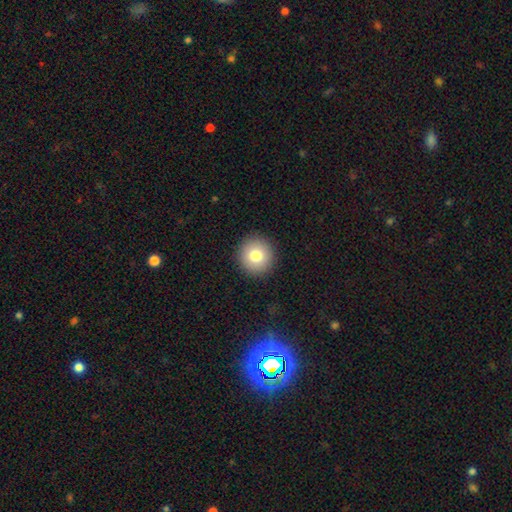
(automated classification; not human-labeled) A smooth galaxy with no disk features (79%) that is round (95%).

Vote fractions:
- Smooth or featured? smooth: 79% / featured or disk: 11% / star or artifact: 10%
- How rounded? round: 95% / in between: 4% / cigar-shaped: 1%
- Merging? none: 92% / minor disturbance: 5% / major disturbance: 2% / merger: 1%